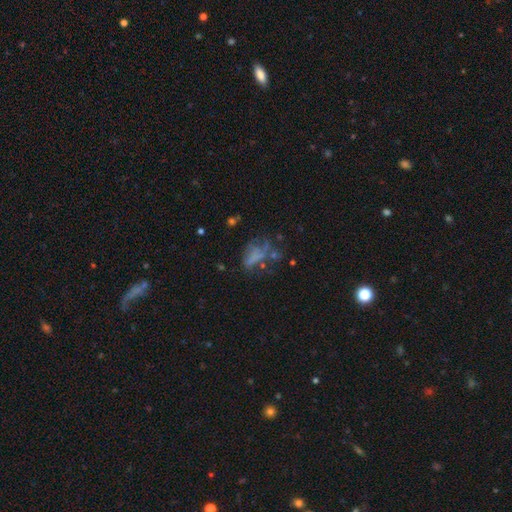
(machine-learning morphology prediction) featured or disk 41%, smooth 37%, star or artifact 22%. Down the decision tree: merging — major disturbance (36%, tied with none).